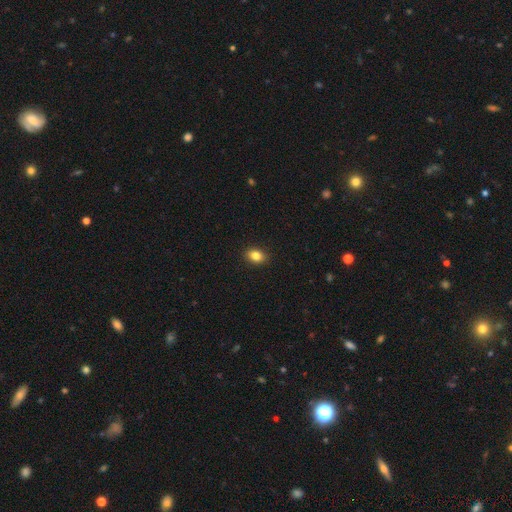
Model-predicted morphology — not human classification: This is clearly a smooth galaxy (84%). How rounded: likely in between (69%). Merging: clearly none (91%).